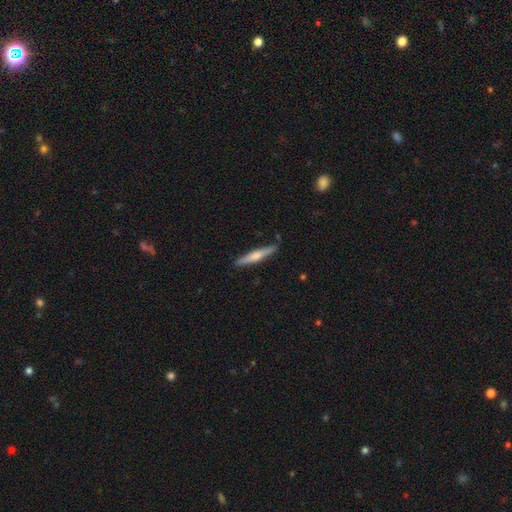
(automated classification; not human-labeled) smooth_or_featured: smooth (p=0.53) [alt: featured or disk p=0.42]
how_rounded: cigar-shaped (p=0.92) [alt: in between p=0.06]
merging: none (p=0.87) [alt: minor disturbance p=0.10]